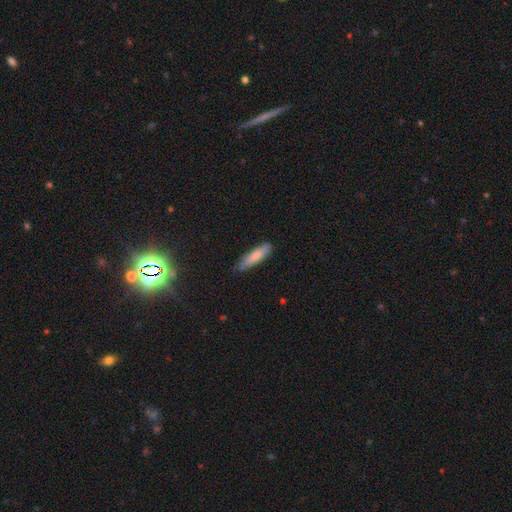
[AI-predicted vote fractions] This is likely a smooth galaxy (78%). How rounded: likely cigar-shaped (72%). Merging: likely none (74%).